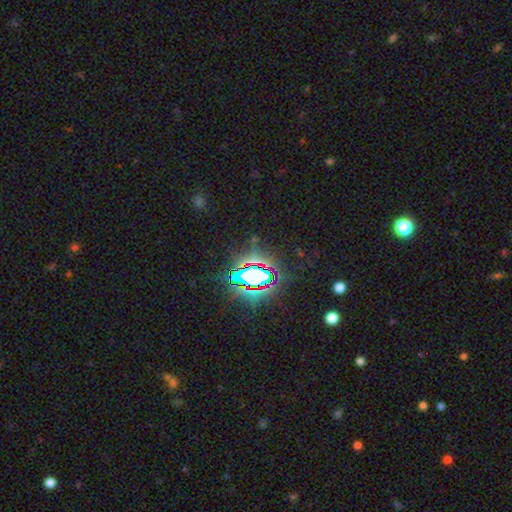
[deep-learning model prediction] Q: Smooth or featured?
A: star or artifact (79%); runner-up: smooth (12%)